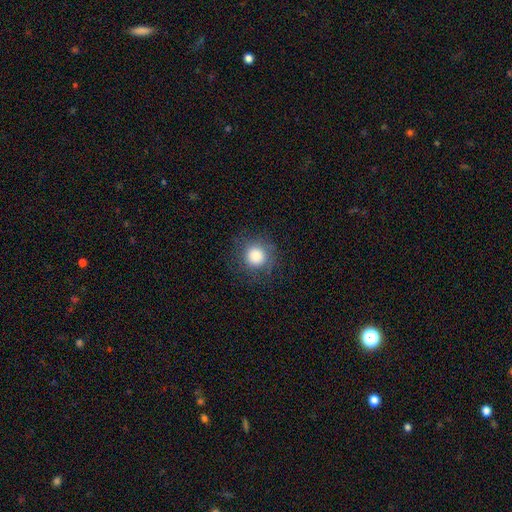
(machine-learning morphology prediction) Smooth or featured?
  - smooth: 83% *
  - star or artifact: 10%
  - featured or disk: 7%
How rounded?
  - round: 93% *
  - in between: 6%
  - cigar-shaped: 1%
Merging?
  - none: 81% *
  - minor disturbance: 13%
  - major disturbance: 6%
  - merger: 1%